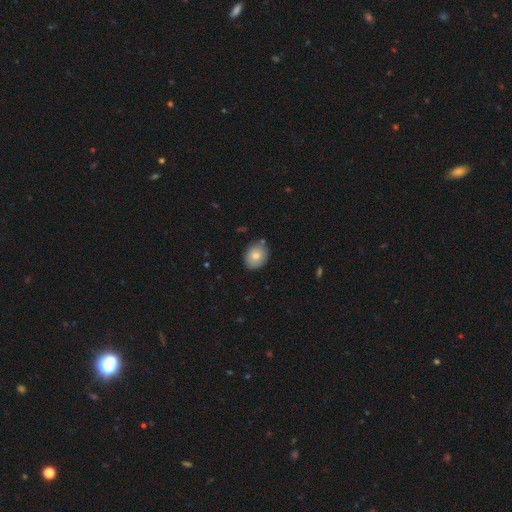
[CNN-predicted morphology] smooth-or-featured: smooth: 78% | featured or disk: 13% | star or artifact: 8%
  how-rounded: in between: 54% | round: 45% | cigar-shaped: 1%
  merging: none: 83% | minor disturbance: 12% | merger: 3% | major disturbance: 2%